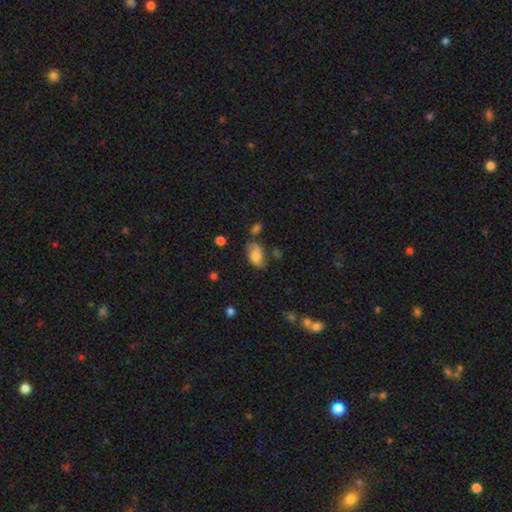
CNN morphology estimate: smooth_or_featured: smooth (p=0.78) [alt: featured or disk p=0.14]
how_rounded: in between (p=0.92) [alt: round p=0.06]
merging: none (p=0.60) [alt: minor disturbance p=0.25]